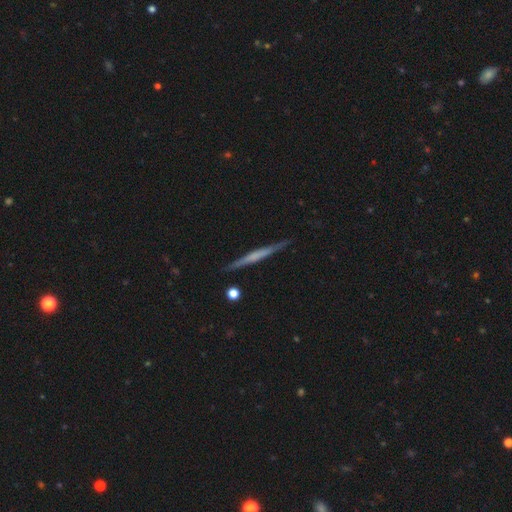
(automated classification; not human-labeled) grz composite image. It shows a featured or disk galaxy (62%) viewed edge-on (98%) with no central bulge (60%). Merging: none (89%).